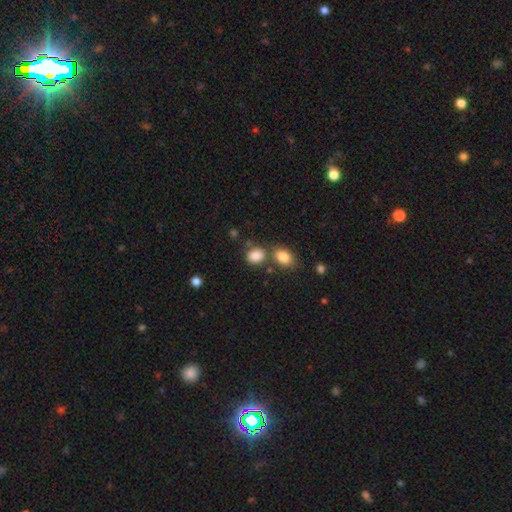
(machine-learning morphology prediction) Smooth or featured?
  - smooth: 86% *
  - star or artifact: 9%
  - featured or disk: 5%
How rounded?
  - in between: 59% *
  - round: 40%
  - cigar-shaped: 1%
Merging?
  - none: 59% *
  - merger: 23%
  - minor disturbance: 13%
  - major disturbance: 5%